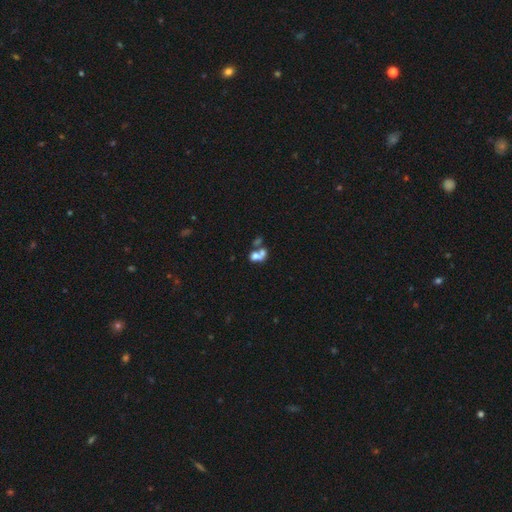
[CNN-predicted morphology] smooth 56%, featured or disk 30%, star or artifact 15%. Down the decision tree: how rounded — in between (60%); merging — merger (64%).